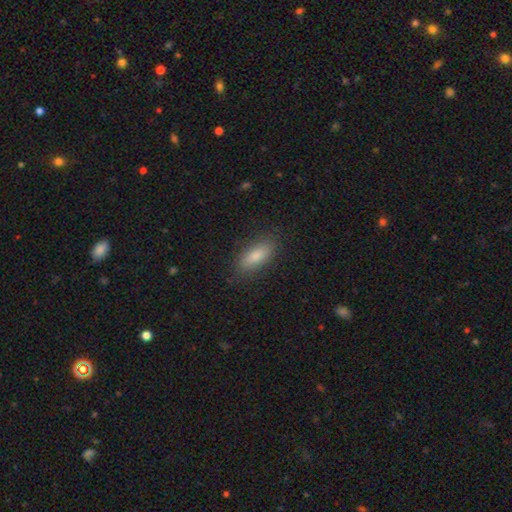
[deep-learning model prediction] Overall: smooth (82%). How rounded: in between (73%). Merging: none (85%).